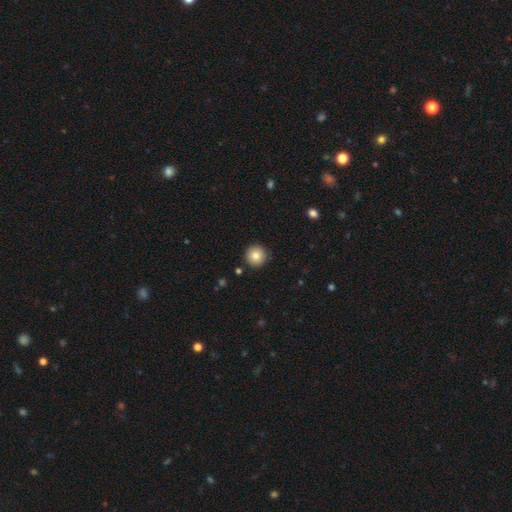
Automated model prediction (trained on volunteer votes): This appears to be a smooth galaxy with no disk features (84%) that is round (96%). Merging: none (91%).